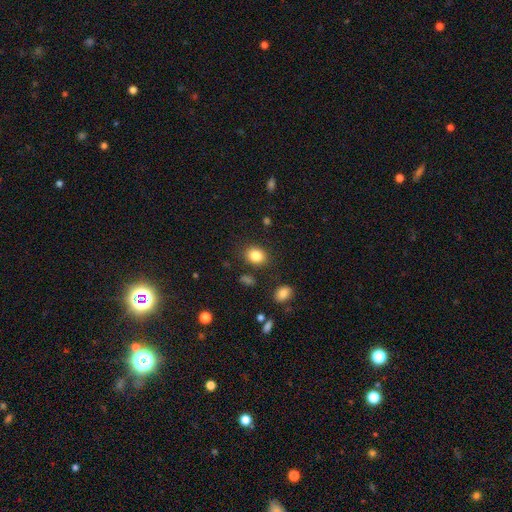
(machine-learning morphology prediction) A smooth galaxy with no disk features (84%) that is in between round and cigar-shaped (51%). Merging: none (84%).